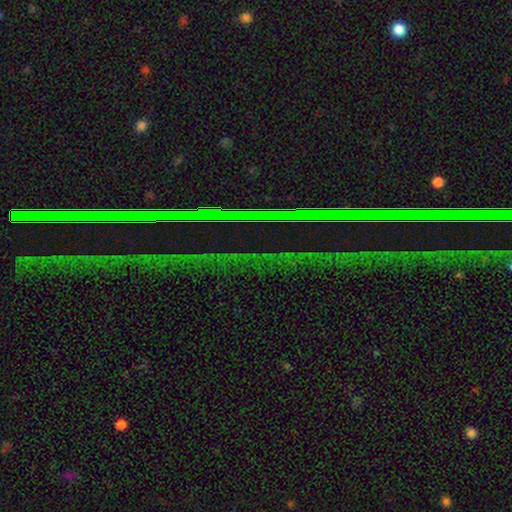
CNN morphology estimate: Smooth or featured: star or artifact — 85% (featured or disk — 8%)